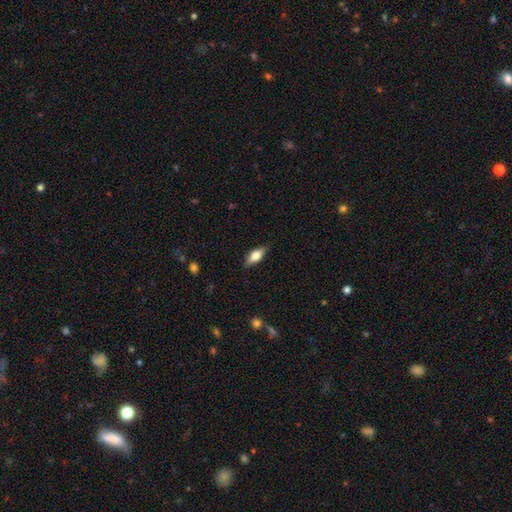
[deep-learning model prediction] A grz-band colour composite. It shows a smooth galaxy with no disk features (66%) that is in between round and cigar-shaped (73%). Merging: none (85%).